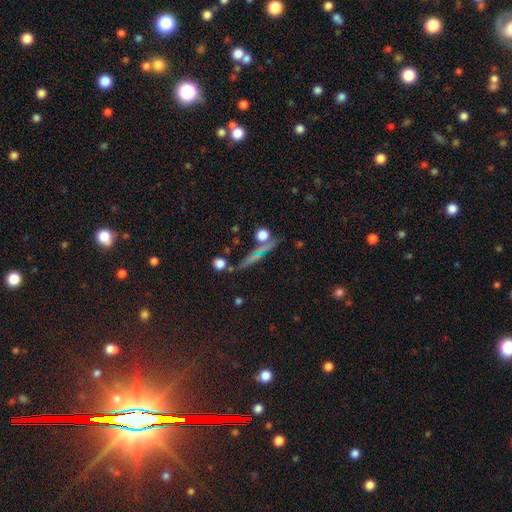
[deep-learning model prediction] This appears to be a featured or disk galaxy (40%). Merging: none (78%).